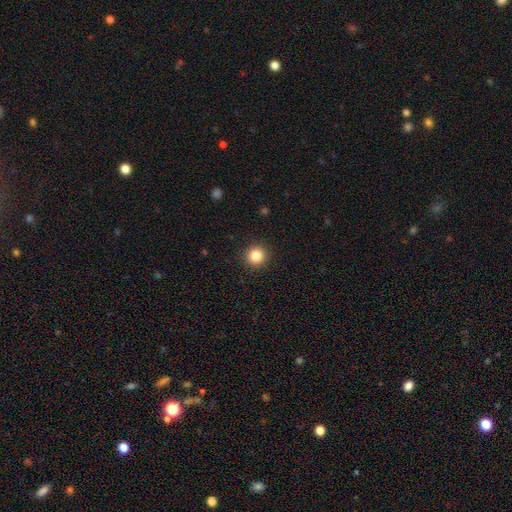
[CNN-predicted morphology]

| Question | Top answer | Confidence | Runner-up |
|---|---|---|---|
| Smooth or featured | smooth | 84% | star or artifact (11%) |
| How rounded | round | 95% | in between (4%) |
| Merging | none | 92% | minor disturbance (5%) |